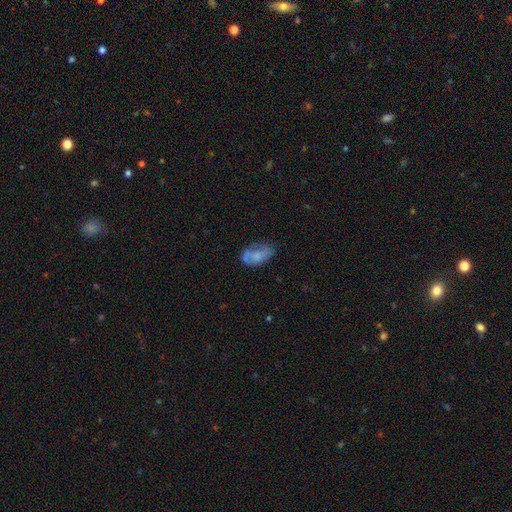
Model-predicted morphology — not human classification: type=smooth (57%); roundness=in between (90%); merging=none (46%).